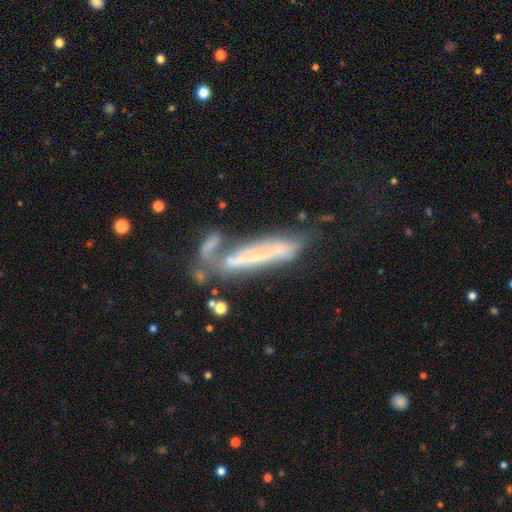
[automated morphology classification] type=featured or disk (57%); edge-on=yes (57%); merging=merger (33%).